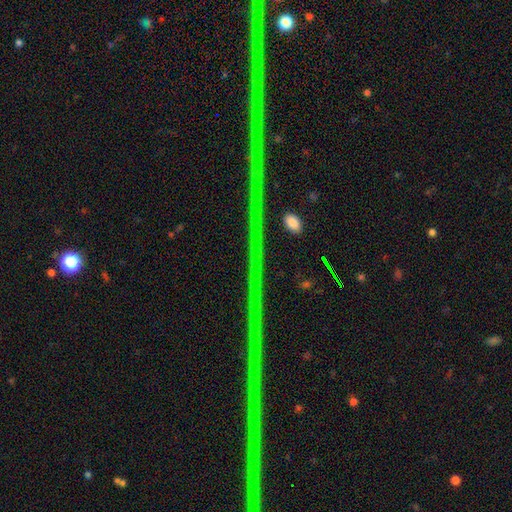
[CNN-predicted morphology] type=star or artifact (89%).